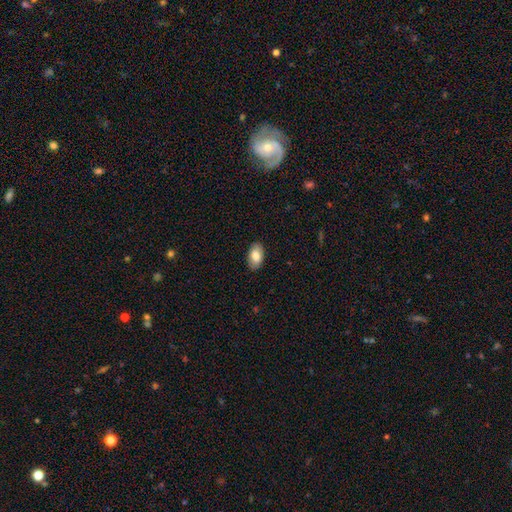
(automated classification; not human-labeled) Morphology: type=smooth (81%); roundness=in between (94%); merging=none (87%).